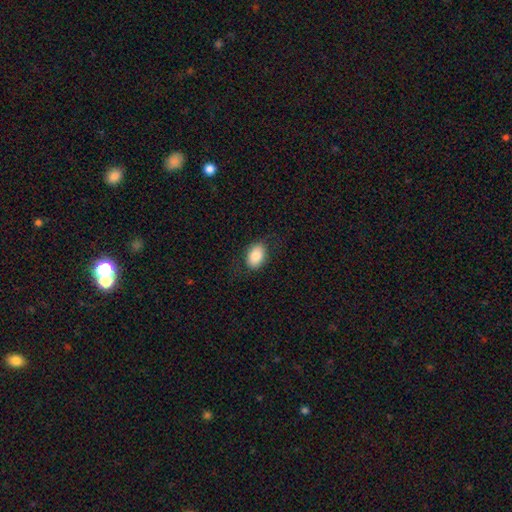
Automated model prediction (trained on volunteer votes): A smooth galaxy with no disk features (84%) that is in between round and cigar-shaped (84%).

Vote fractions:
- Smooth or featured? smooth: 84% / featured or disk: 9% / star or artifact: 7%
- How rounded? in between: 84% / round: 15% / cigar-shaped: 1%
- Merging? none: 80% / minor disturbance: 15% / major disturbance: 5% / merger: 1%